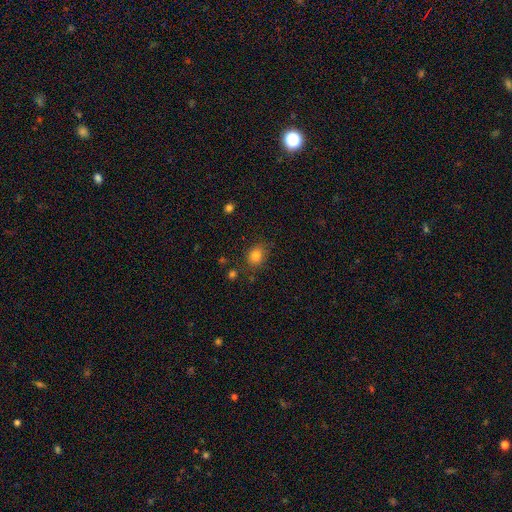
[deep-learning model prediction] This appears to be a smooth galaxy with no disk features (82%) that is round (51%). Merging: none (80%).